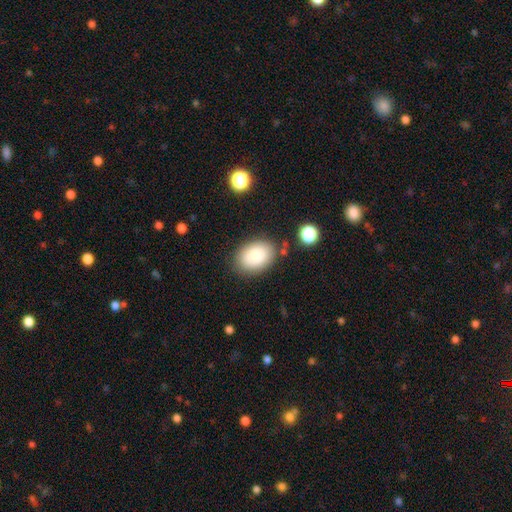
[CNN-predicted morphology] Overall: smooth (83%). How rounded: in between (80%). Merging: none (83%).